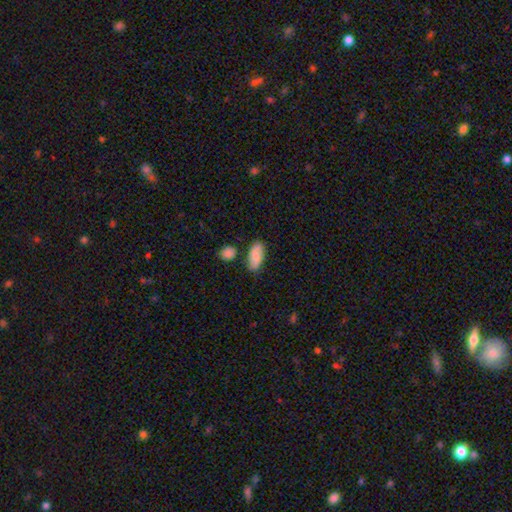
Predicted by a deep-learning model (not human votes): A smooth galaxy with no disk features (75%) that is in between round and cigar-shaped (88%).

Vote fractions:
- Smooth or featured? smooth: 75% / featured or disk: 18% / star or artifact: 7%
- How rounded? in between: 88% / cigar-shaped: 8% / round: 3%
- Merging? none: 76% / minor disturbance: 15% / merger: 6% / major disturbance: 3%